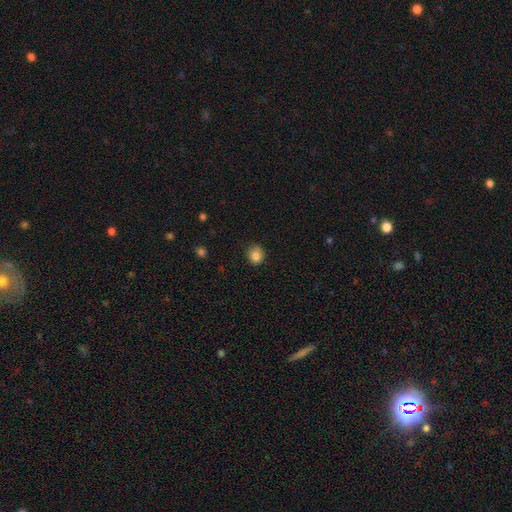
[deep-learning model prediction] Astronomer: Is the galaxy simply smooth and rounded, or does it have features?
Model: smooth — 85%.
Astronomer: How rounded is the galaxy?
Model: round — 79%.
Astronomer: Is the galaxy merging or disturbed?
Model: none — 77%.